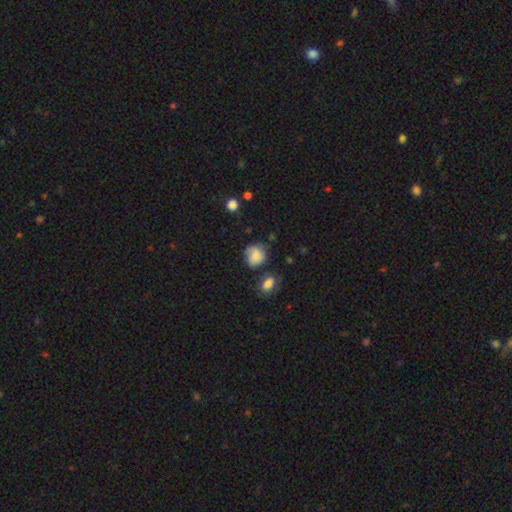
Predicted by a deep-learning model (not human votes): This appears to be a smooth galaxy with no disk features (79%) that is round (73%). Merging: none (54%).